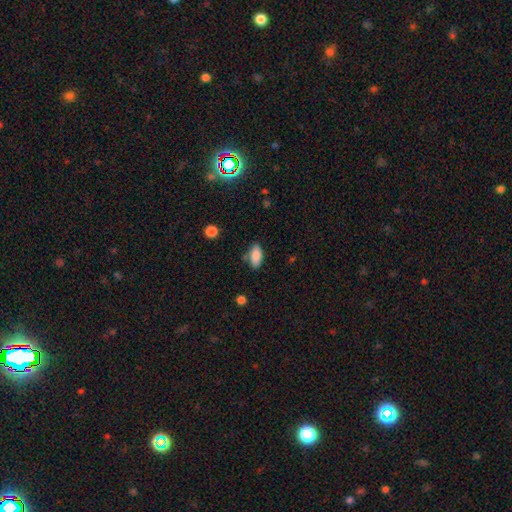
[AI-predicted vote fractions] Morphology: type=smooth (86%); roundness=in between (87%); merging=none (73%).